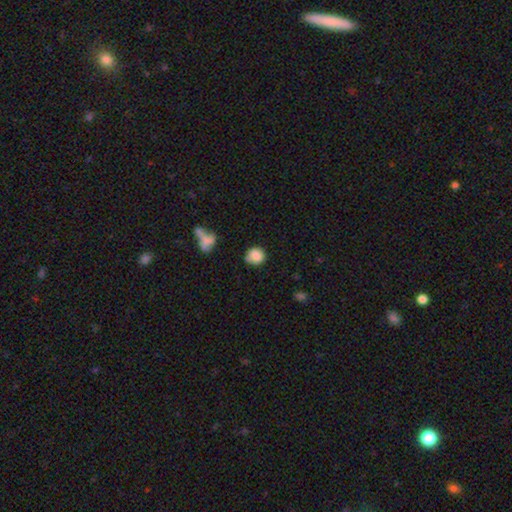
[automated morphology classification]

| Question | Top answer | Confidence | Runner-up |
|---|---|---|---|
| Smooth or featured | smooth | 84% | star or artifact (9%) |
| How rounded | round | 74% | in between (25%) |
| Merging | none | 64% | minor disturbance (25%) |